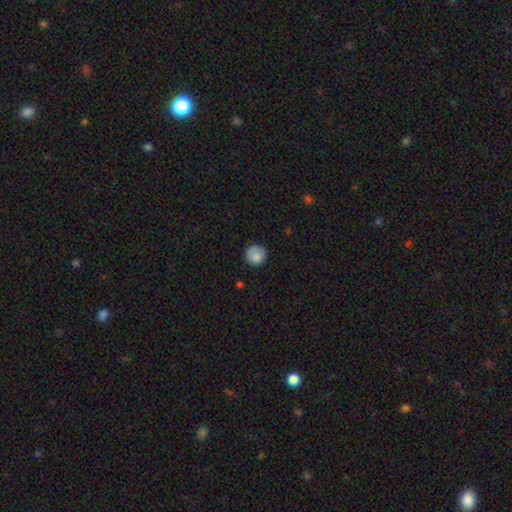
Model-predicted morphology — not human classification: The model was most divided on "merging": none: 79%, minor disturbance: 16%, major disturbance: 4%, merger: 1%. More confident: how rounded — round (92%); smooth or featured — smooth (83%).